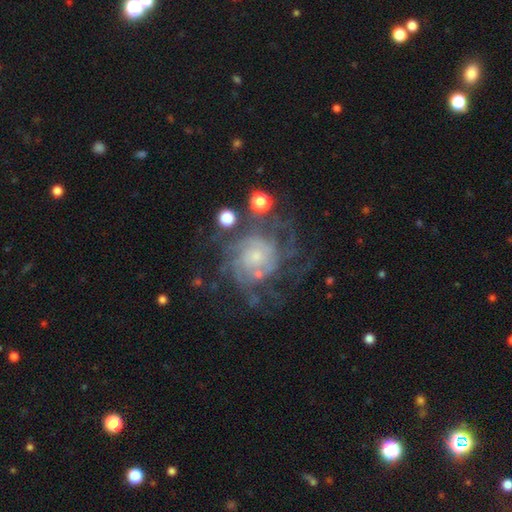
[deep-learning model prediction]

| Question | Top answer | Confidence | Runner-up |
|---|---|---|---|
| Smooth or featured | featured or disk | 78% | smooth (12%) |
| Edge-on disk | no | 98% | yes (2%) |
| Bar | no | 79% | weak (18%) |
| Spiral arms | yes | 88% | no (12%) |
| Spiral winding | tight | 58% | medium (31%) |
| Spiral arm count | can't tell | 44% | 4 (17%) |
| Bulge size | small | 59% | moderate (28%) |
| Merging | none | 56% | major disturbance (21%) |